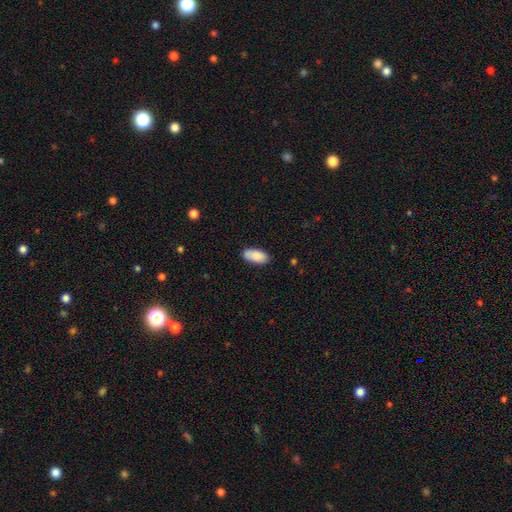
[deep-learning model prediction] Overall: smooth (88%). How rounded: in between (91%). Merging: none (84%).